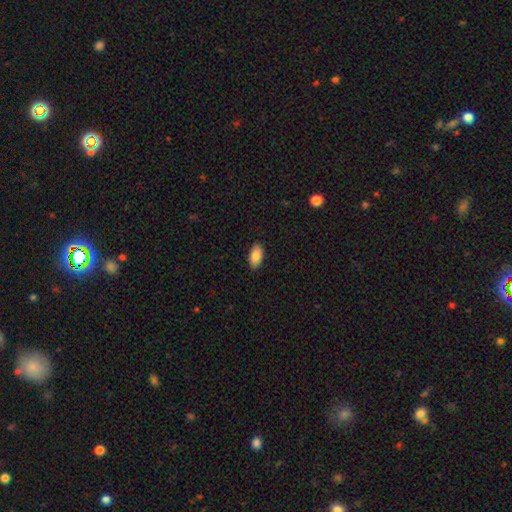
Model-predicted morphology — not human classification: The model was most divided on "smooth or featured": smooth: 86%, featured or disk: 7%, star or artifact: 7%. More confident: how rounded — in between (93%); merging — none (89%).